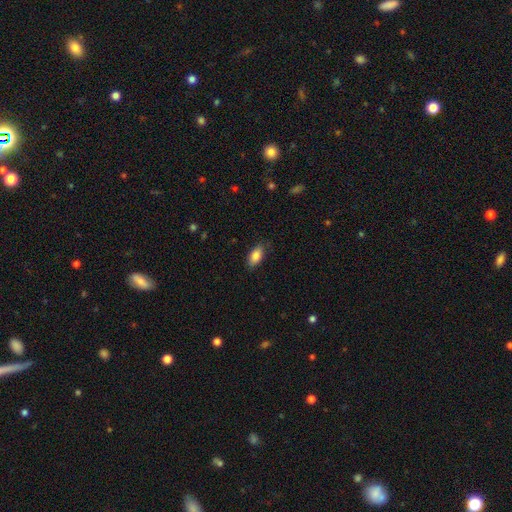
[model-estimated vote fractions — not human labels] A smooth galaxy with no disk features (85%) that is in between round and cigar-shaped (90%).

Vote fractions:
- Smooth or featured? smooth: 85% / featured or disk: 8% / star or artifact: 7%
- How rounded? in between: 90% / cigar-shaped: 7% / round: 4%
- Merging? none: 83% / minor disturbance: 14% / major disturbance: 3% / merger: 1%